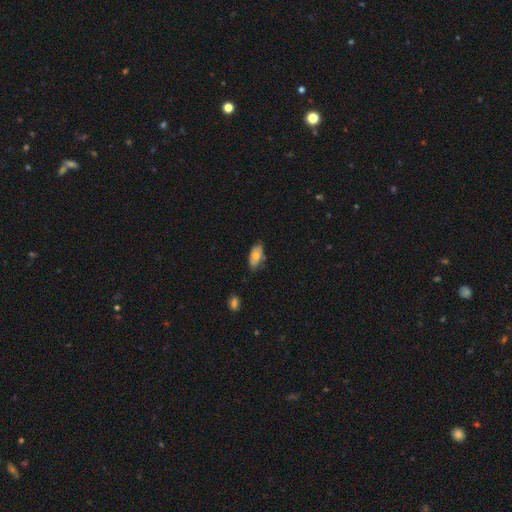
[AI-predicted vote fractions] smooth_or_featured: smooth (p=0.64) [alt: featured or disk p=0.29]
how_rounded: in between (p=0.91) [alt: cigar-shaped p=0.06]
merging: none (p=0.70) [alt: minor disturbance p=0.24]